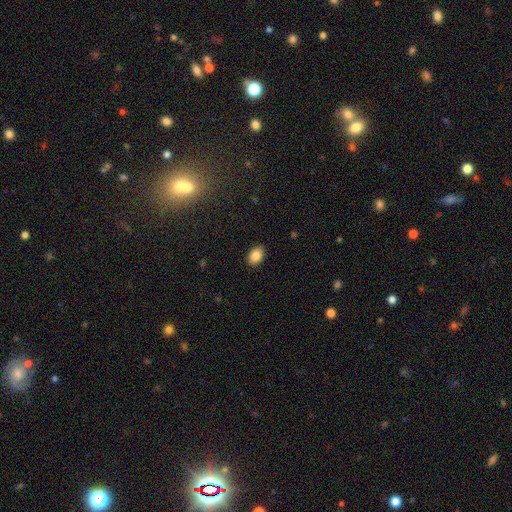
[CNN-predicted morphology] The model was most divided on "how rounded": in between: 81%, round: 18%, cigar-shaped: 1%. More confident: merging — none (89%); smooth or featured — smooth (85%).